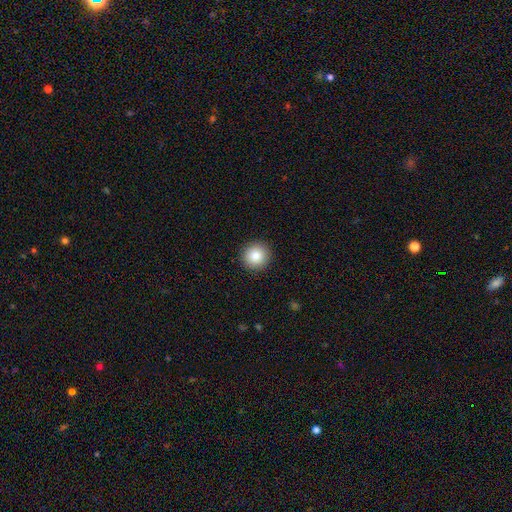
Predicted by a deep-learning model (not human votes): Overall: smooth (84%). How rounded: round (94%). Merging: none (92%).